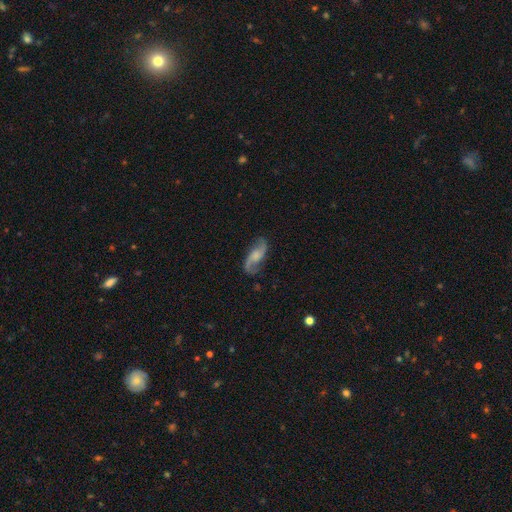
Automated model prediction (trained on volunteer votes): This is clearly a featured or disk galaxy (81%). It is clearly not viewed edge-on (95%). Bar: possibly no (54%). Spiral arm pattern: clearly yes (96%). Spiral arm count: clearly 2 (93%). Spiral winding: likely loose (70%). Central bulge: marginally none (32%). Merging: likely none (79%).